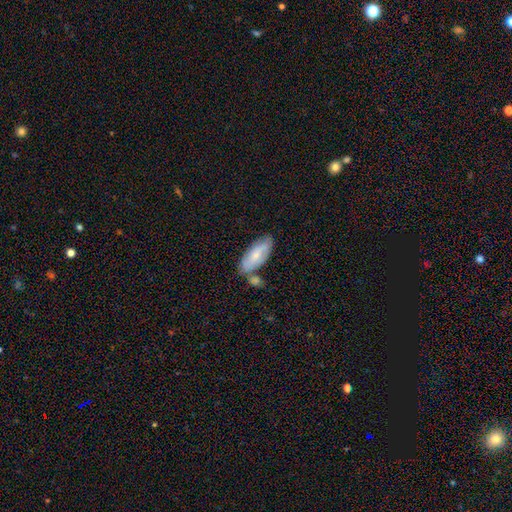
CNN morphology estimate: smooth_or_featured: smooth (p=0.65) [alt: featured or disk p=0.30]
how_rounded: in between (p=0.80) [alt: cigar-shaped p=0.18]
merging: none (p=0.54) [alt: merger p=0.22]